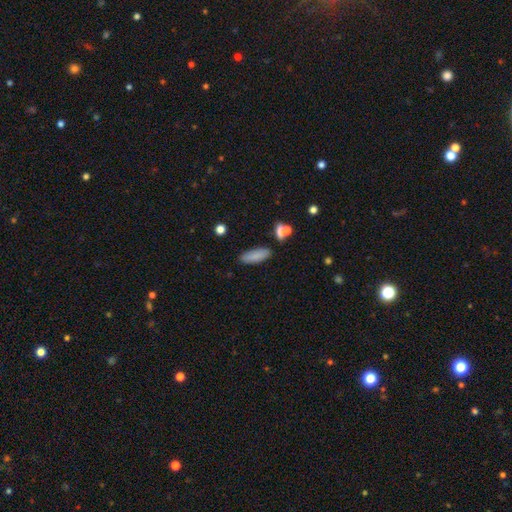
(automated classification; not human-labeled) This is clearly a smooth galaxy (84%). How rounded: likely in between (63%). Merging: clearly none (80%).